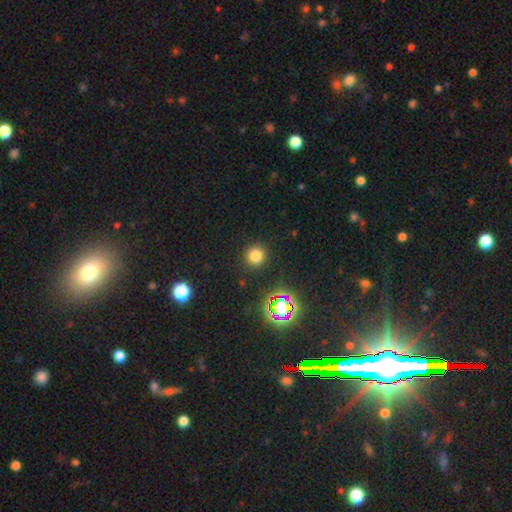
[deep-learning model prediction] Smooth or featured?
  - smooth: 75% *
  - star or artifact: 20%
  - featured or disk: 5%
How rounded?
  - round: 92% *
  - in between: 7%
  - cigar-shaped: 1%
Merging?
  - none: 89% *
  - minor disturbance: 7%
  - major disturbance: 3%
  - merger: 2%